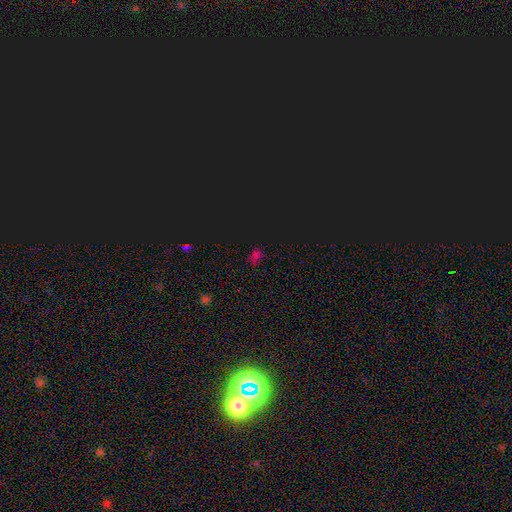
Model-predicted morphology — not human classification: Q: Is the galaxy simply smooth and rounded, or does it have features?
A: star or artifact — 61%.